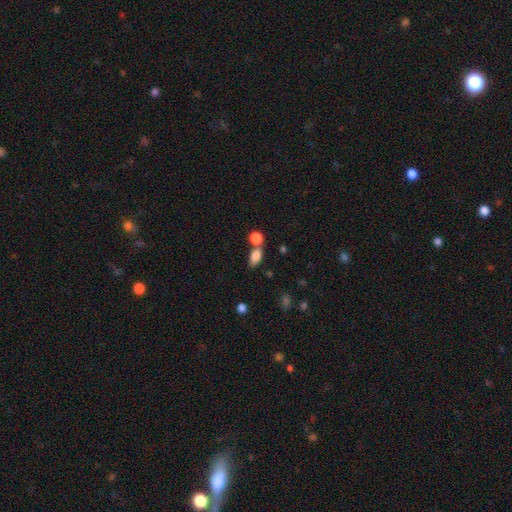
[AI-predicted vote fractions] Smooth or featured: smooth — 84% (star or artifact — 9%)
How rounded: in between — 83% (round — 12%)
Merging: none — 53% (merger — 31%)